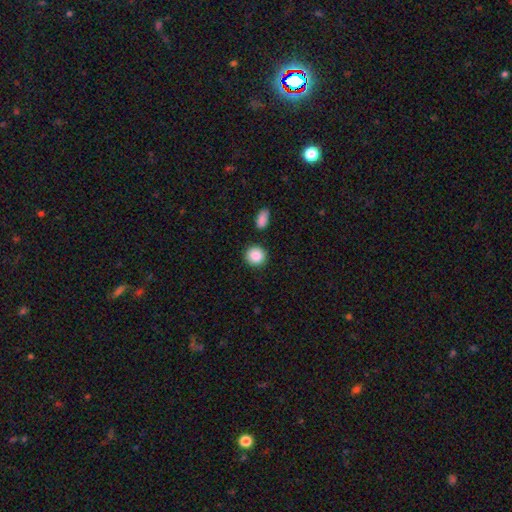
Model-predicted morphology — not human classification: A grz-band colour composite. It shows a smooth galaxy with no disk features (89%) that is round (90%). Merging: none (86%).